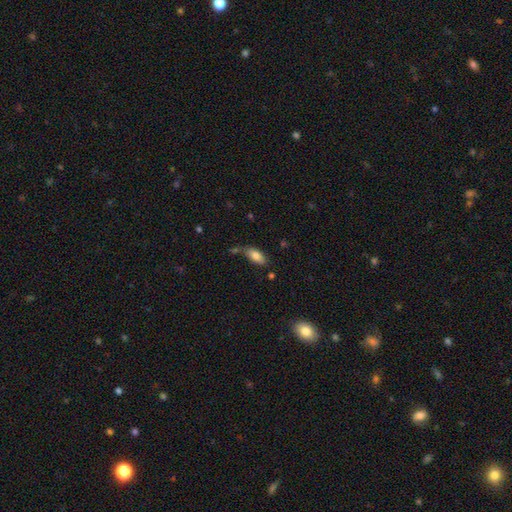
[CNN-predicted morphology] The model was most divided on "merging": none: 61%, minor disturbance: 20%, merger: 14%, major disturbance: 5%. More confident: how rounded — in between (87%); smooth or featured — smooth (81%).